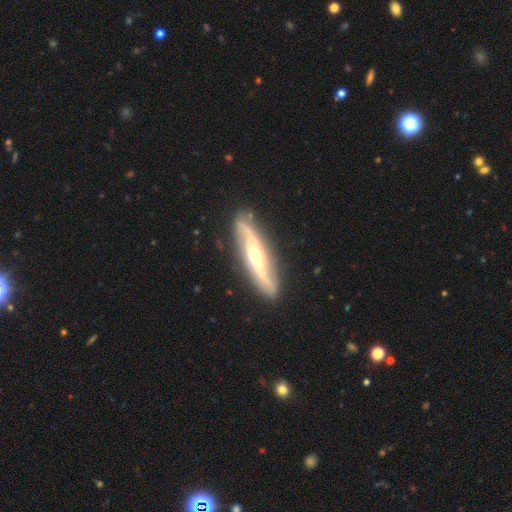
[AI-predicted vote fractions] Q: Smooth or featured?
A: featured or disk (83%); runner-up: smooth (13%)
Q: Edge-on disk?
A: no (73%); runner-up: yes (27%)
Q: Bar?
A: no (43%); runner-up: weak (30%)
Q: Spiral arms?
A: yes (94%); runner-up: no (6%)
Q: Spiral winding?
A: loose (55%); runner-up: medium (31%)
Q: Spiral arm count?
A: 2 (91%); runner-up: can't tell (5%)
Q: Bulge size?
A: moderate (60%); runner-up: small (31%)
Q: Merging?
A: none (84%); runner-up: minor disturbance (11%)